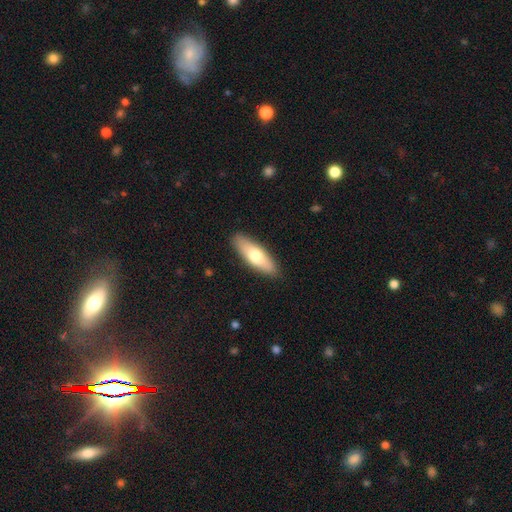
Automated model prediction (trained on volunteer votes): smooth 67%, featured or disk 27%, star or artifact 5%. Down the decision tree: how rounded — in between (53%); merging — none (89%).